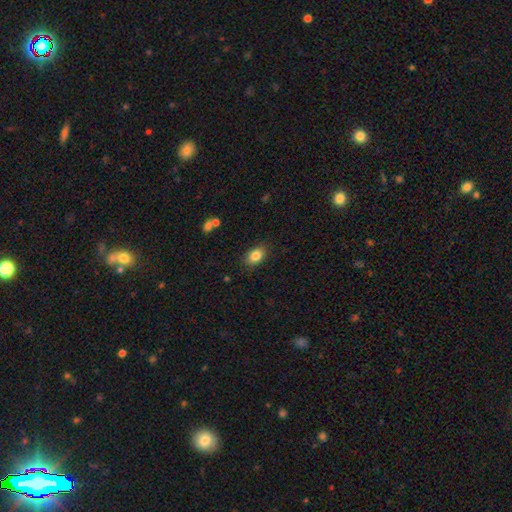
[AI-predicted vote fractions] Overall: smooth (85%). How rounded: in between (85%). Merging: none (86%).